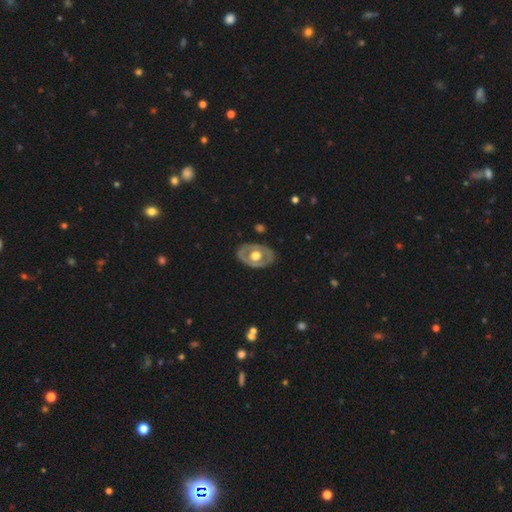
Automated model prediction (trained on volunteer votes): smooth_or_featured: featured or disk (p=0.61) [alt: smooth p=0.35]
disk_edge_on: no (p=0.90) [alt: yes p=0.10]
bar: no (p=0.88) [alt: weak p=0.09]
has_spiral_arms: no (p=0.86) [alt: yes p=0.14]
bulge_size: moderate (p=0.54) [alt: large p=0.40]
merging: none (p=0.80) [alt: minor disturbance p=0.14]